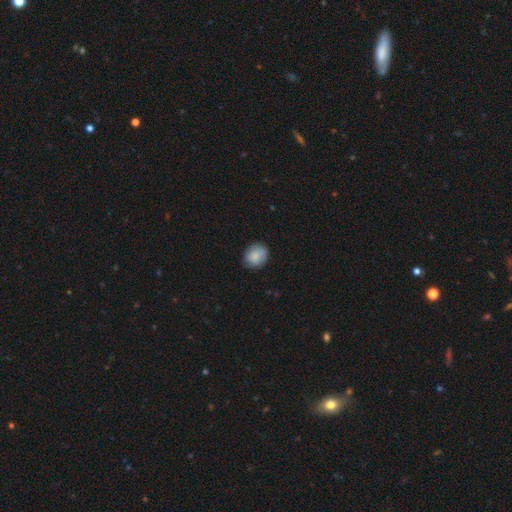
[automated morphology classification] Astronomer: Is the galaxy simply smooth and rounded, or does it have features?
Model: smooth — 82%.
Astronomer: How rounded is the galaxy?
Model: round — 69%.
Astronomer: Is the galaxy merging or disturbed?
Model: none — 80%.